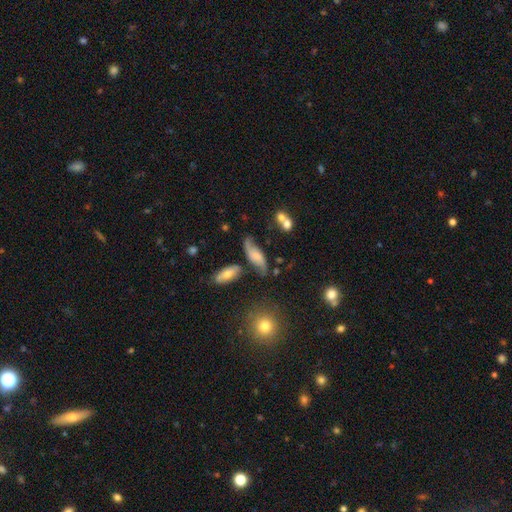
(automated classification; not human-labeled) Smooth or featured: featured or disk — 66% (smooth — 25%)
Edge-on disk: no — 88% (yes — 12%)
Bar: no — 56% (weak — 34%)
Spiral arms: yes — 92% (no — 8%)
Spiral winding: loose — 76% (medium — 18%)
Spiral arm count: 2 — 90% (can't tell — 4%)
Bulge size: small — 30% (moderate — 28%)
Merging: none — 56% (minor disturbance — 24%)